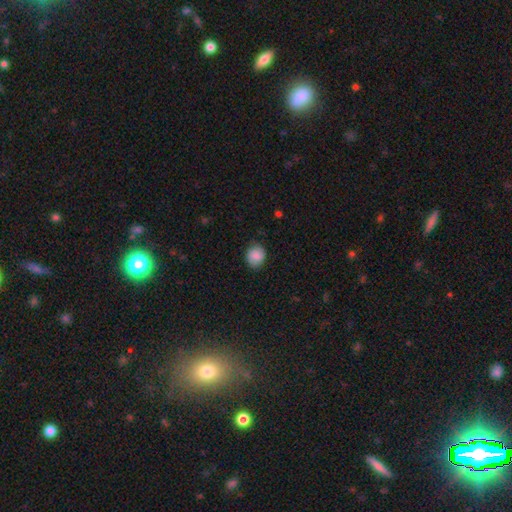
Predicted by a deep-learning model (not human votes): Smooth or featured? Predicted: smooth (p=0.85). How rounded? Predicted: round (p=0.66). Merging? Predicted: none (p=0.79).